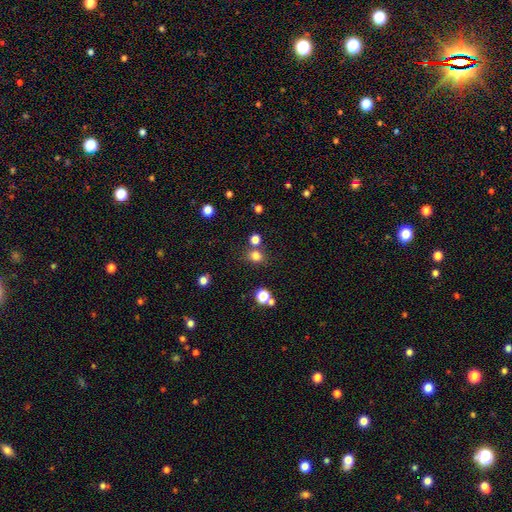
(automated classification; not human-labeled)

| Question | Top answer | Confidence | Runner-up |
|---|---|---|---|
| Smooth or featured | smooth | 77% | star or artifact (17%) |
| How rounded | round | 72% | in between (27%) |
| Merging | none | 71% | merger (15%) |